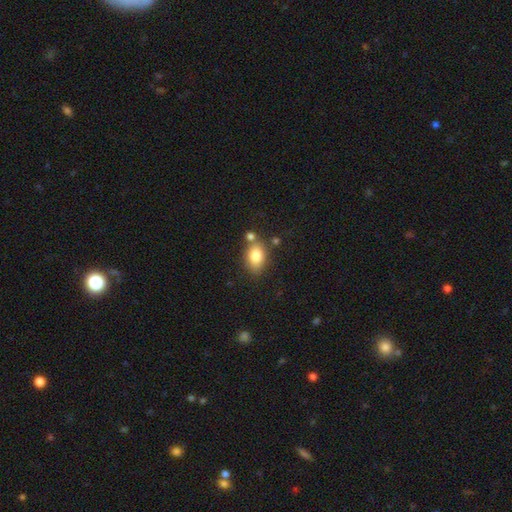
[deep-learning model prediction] Smooth or featured? smooth (83%)
How rounded? in between (81%)
Merging? none (67%)